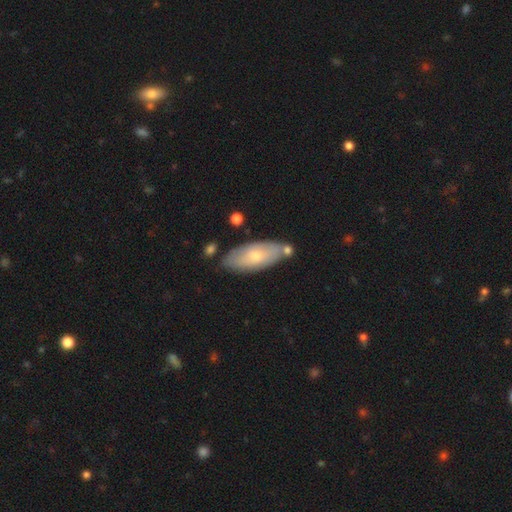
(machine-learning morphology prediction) smooth_or_featured: smooth (p=0.65) [alt: featured or disk p=0.30]
how_rounded: in between (p=0.81) [alt: cigar-shaped p=0.17]
merging: none (p=0.74) [alt: minor disturbance p=0.16]